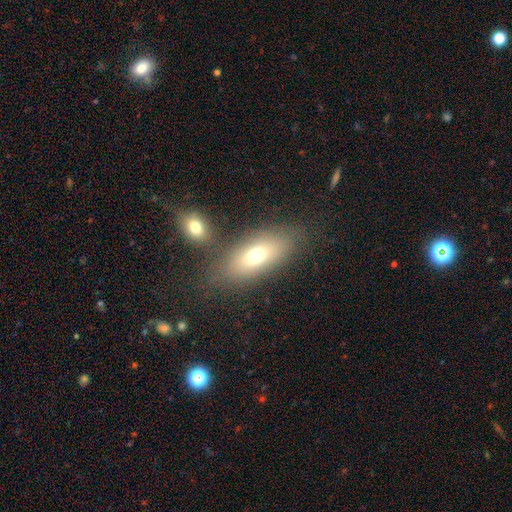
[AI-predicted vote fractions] Smooth or featured?
  - smooth: 69% *
  - featured or disk: 20%
  - star or artifact: 10%
How rounded?
  - in between: 83% *
  - cigar-shaped: 11%
  - round: 5%
Merging?
  - none: 66% *
  - merger: 15%
  - minor disturbance: 13%
  - major disturbance: 6%